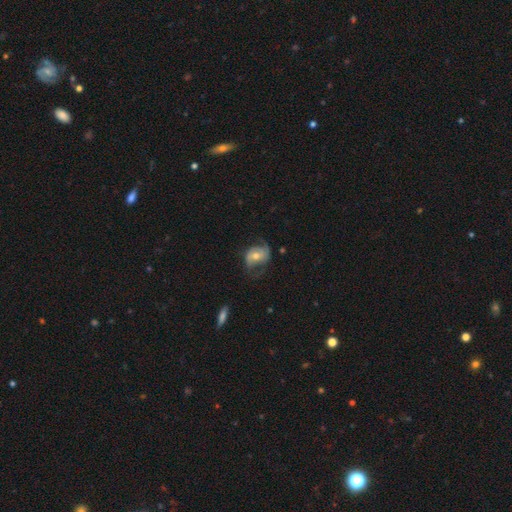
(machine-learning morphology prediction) Smooth or featured: featured or disk — 60% (smooth — 32%)
Edge-on disk: no — 95% (yes — 5%)
Bar: no — 56% (weak — 30%)
Spiral arms: yes — 77% (no — 23%)
Bulge size: moderate — 58% (small — 35%)
Merging: none — 50% (minor disturbance — 25%)